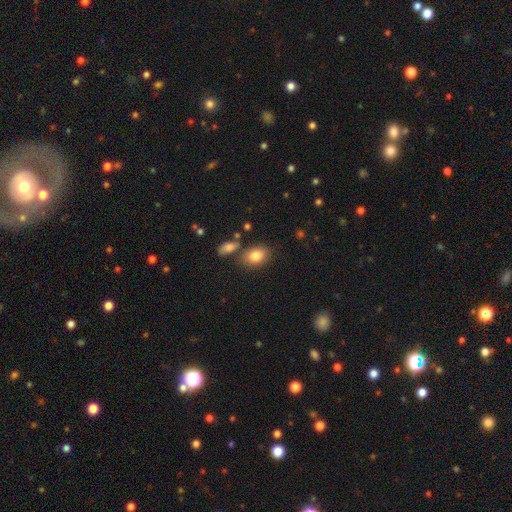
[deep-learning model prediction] smooth_or_featured: smooth (p=0.83) [alt: featured or disk p=0.09]
how_rounded: in between (p=0.76) [alt: round p=0.23]
merging: none (p=0.69) [alt: minor disturbance p=0.14]